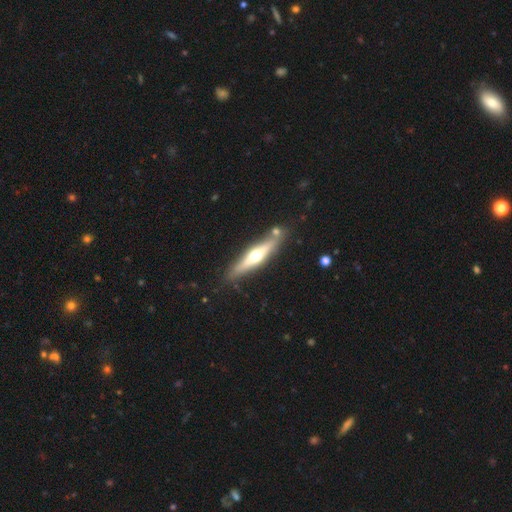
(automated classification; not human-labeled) smooth-or-featured: featured or disk: 63% | smooth: 32% | star or artifact: 5%
  disk-edge-on: yes: 93% | no: 7%
    edge-on-bulge: rounded: 93% | none: 4% | boxy: 3%
  merging: none: 79% | minor disturbance: 11% | merger: 7% | major disturbance: 3%